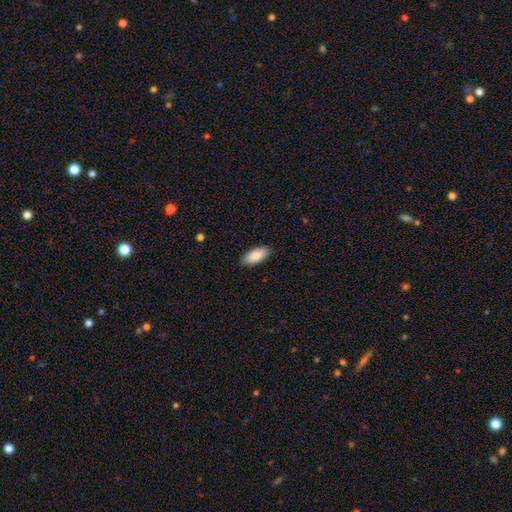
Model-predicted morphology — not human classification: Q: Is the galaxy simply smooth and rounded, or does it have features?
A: smooth — 86%.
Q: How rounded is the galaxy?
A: in between — 89%.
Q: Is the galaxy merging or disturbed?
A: none — 86%.